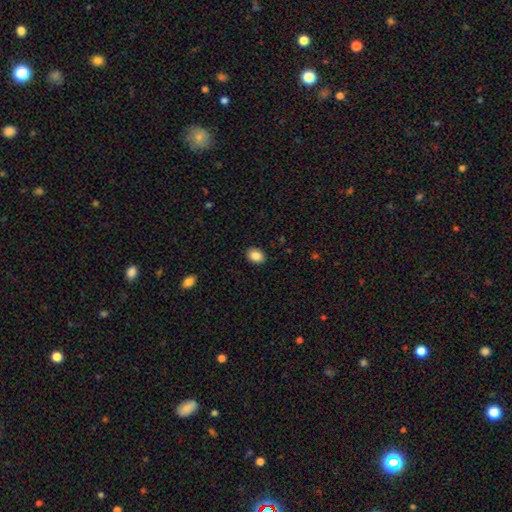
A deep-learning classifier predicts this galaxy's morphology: smooth 88%, star or artifact 8%, featured or disk 4%. Down the decision tree: how rounded — in between (73%); merging — none (90%).